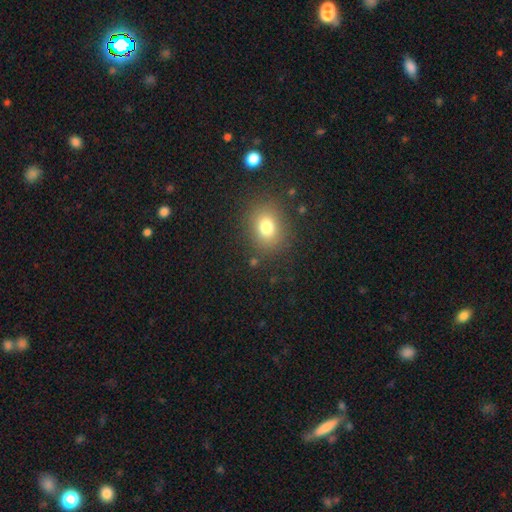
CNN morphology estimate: Smooth or featured? smooth (72%)
How rounded? round (60%)
Merging? none (87%)